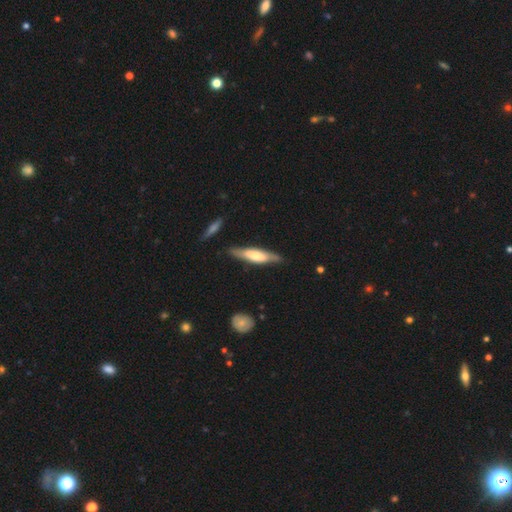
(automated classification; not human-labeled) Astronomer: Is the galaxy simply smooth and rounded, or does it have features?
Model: smooth — 49% (runner-up: featured or disk, 46%).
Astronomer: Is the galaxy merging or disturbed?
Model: none — 79%.